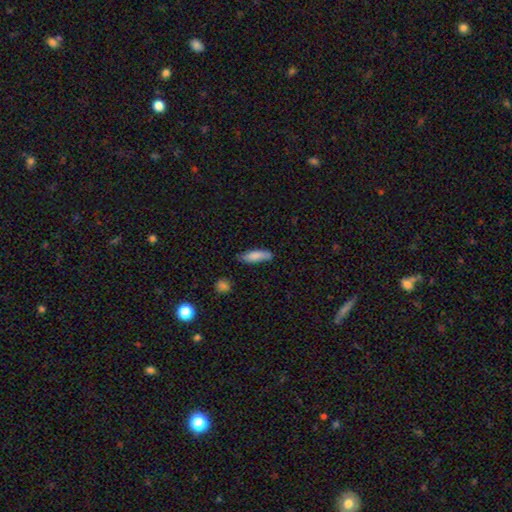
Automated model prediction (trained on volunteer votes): Overall: smooth (82%). How rounded: cigar-shaped (54%; in between 44%). Merging: none (71%).